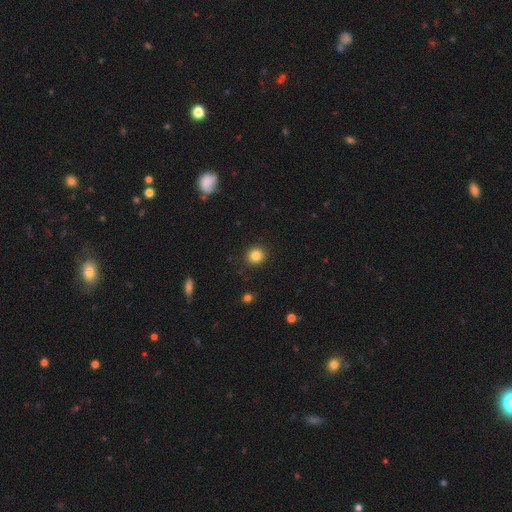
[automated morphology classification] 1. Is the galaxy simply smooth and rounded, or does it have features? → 84% smooth, 11% star or artifact, 5% featured or disk.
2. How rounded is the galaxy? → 89% round, 10% in between, 1% cigar-shaped.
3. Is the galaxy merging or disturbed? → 92% none, 5% minor disturbance, 2% major disturbance, 1% merger.